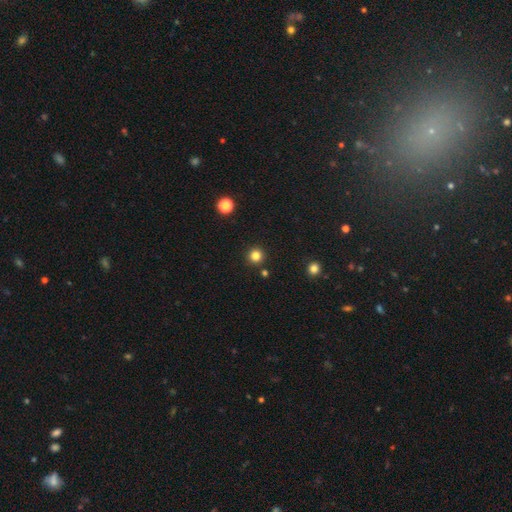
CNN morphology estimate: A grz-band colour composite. It shows a smooth galaxy with no disk features (82%) that is round (96%). Merging: none (91%).